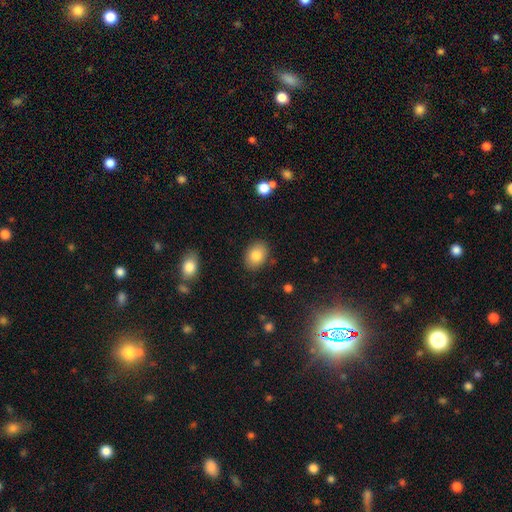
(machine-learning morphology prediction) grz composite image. It shows a smooth galaxy with no disk features (83%) that is in between round and cigar-shaped (70%). Merging: none (86%).